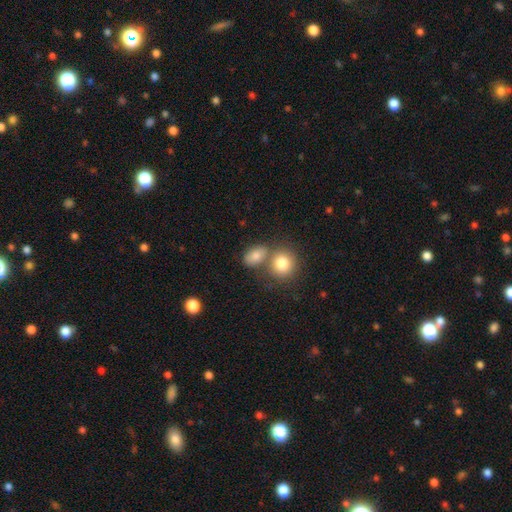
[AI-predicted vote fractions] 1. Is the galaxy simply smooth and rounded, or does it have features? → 79% smooth, 11% featured or disk, 10% star or artifact.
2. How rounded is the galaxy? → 66% in between, 32% round, 2% cigar-shaped.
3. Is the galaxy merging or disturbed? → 49% none, 34% merger, 12% minor disturbance, 5% major disturbance.